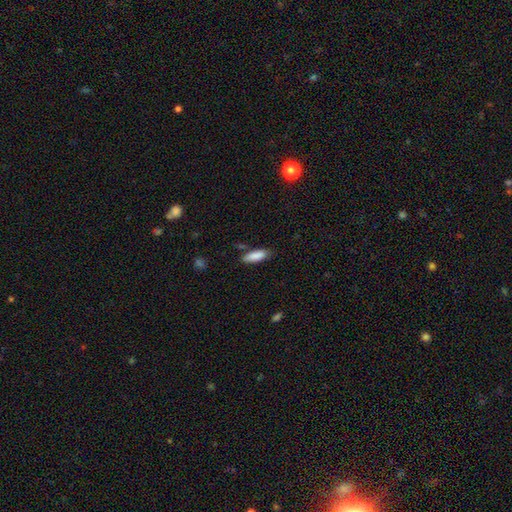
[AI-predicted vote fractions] Q: Smooth or featured?
A: smooth (87%); runner-up: star or artifact (6%)
Q: How rounded?
A: in between (59%); runner-up: cigar-shaped (39%)
Q: Merging?
A: none (78%); runner-up: minor disturbance (15%)